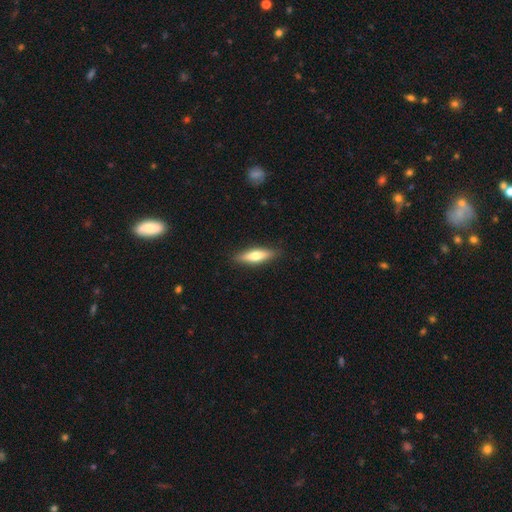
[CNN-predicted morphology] Overall: smooth (59%; featured or disk 35%). How rounded: cigar-shaped (65%; in between 33%). Merging: none (88%).